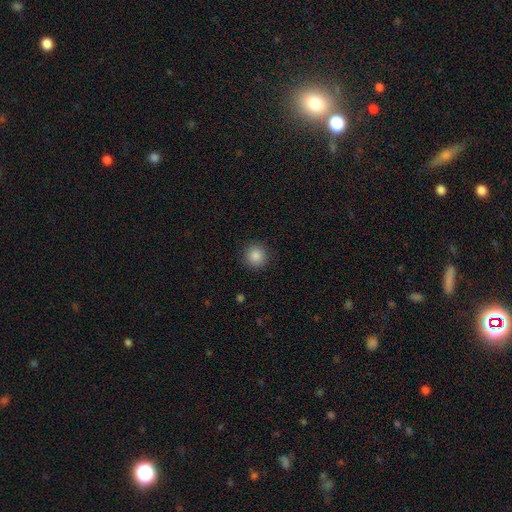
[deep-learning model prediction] smooth 86%, star or artifact 10%, featured or disk 4%. Down the decision tree: how rounded — round (94%); merging — none (91%).